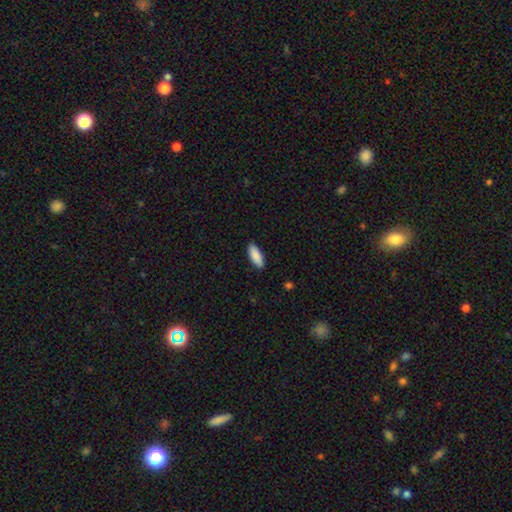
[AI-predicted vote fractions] The model was most divided on "how rounded": in between: 73%, cigar-shaped: 25%, round: 2%. More confident: smooth or featured — smooth (90%); merging — none (89%).